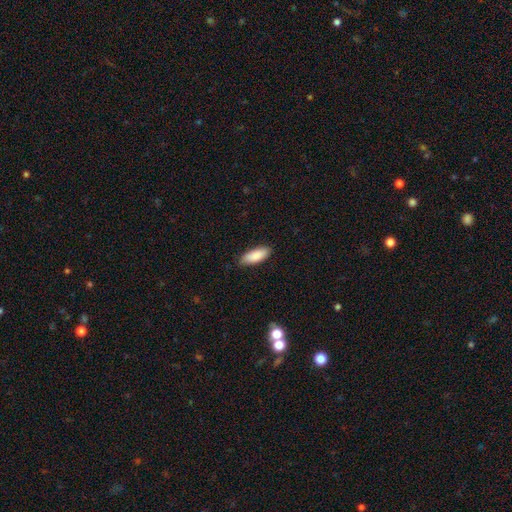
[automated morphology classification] smooth 88%, featured or disk 6%, star or artifact 6%. Down the decision tree: how rounded — in between (73%); merging — none (85%).